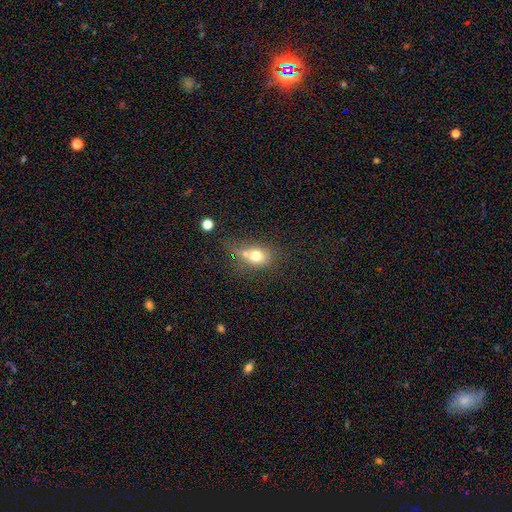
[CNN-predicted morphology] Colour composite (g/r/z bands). It shows a smooth galaxy with no disk features (73%) that is in between round and cigar-shaped (49%, tied with round). Merging: none (38%).